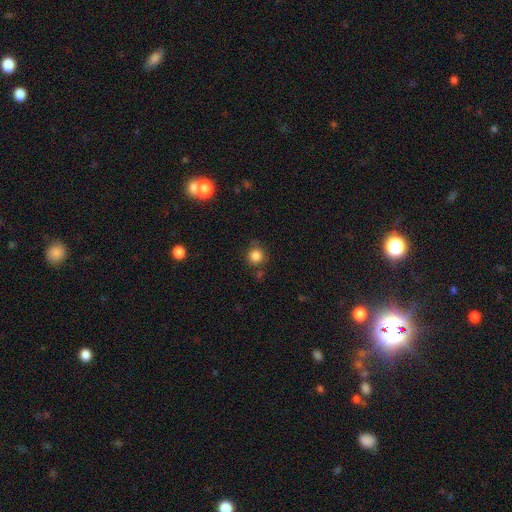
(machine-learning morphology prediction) A smooth galaxy with no disk features (84%) that is round (92%). Merging: none (77%).